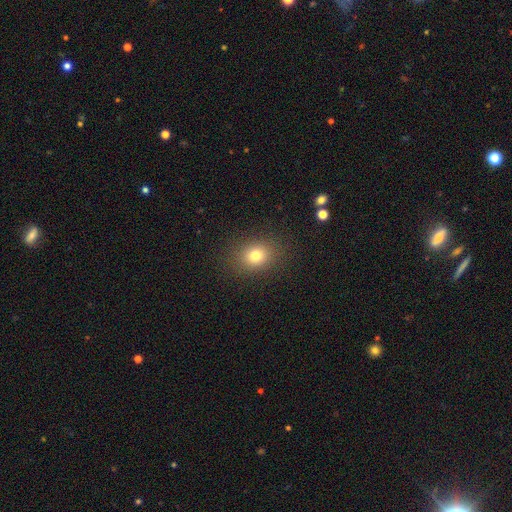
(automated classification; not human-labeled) smooth 76%, star or artifact 14%, featured or disk 9%. Down the decision tree: how rounded — round (57%); merging — none (87%).